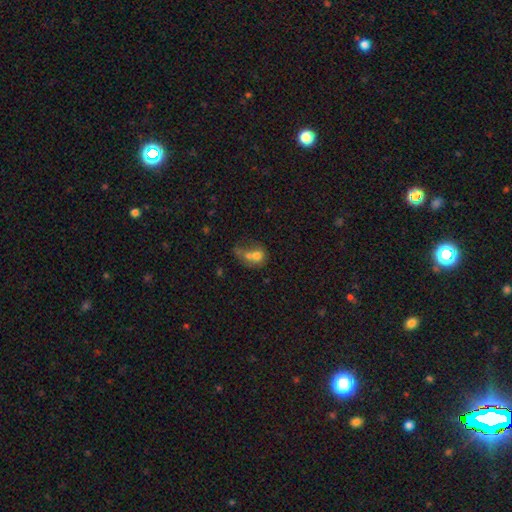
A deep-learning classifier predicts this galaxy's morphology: Overall: smooth (67%). How rounded: round (56%; in between 43%). Merging: merger (59%).